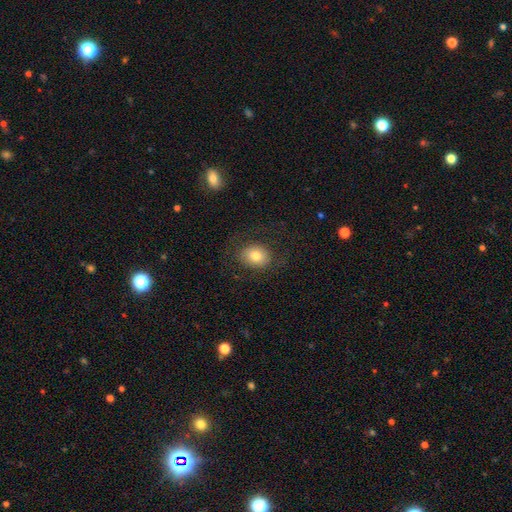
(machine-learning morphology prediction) A smooth galaxy with no disk features (77%) that is in between round and cigar-shaped (52%).

Vote fractions:
- Smooth or featured? smooth: 77% / featured or disk: 14% / star or artifact: 9%
- How rounded? in between: 52% / round: 47% / cigar-shaped: 1%
- Merging? none: 79% / minor disturbance: 12% / major disturbance: 8% / merger: 1%